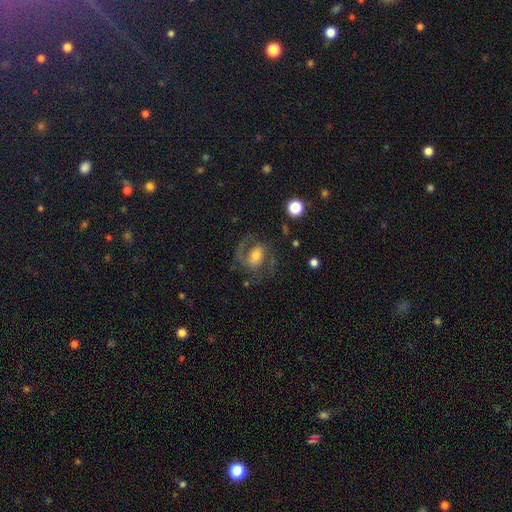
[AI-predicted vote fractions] smooth_or_featured: featured or disk (p=0.76) [alt: smooth p=0.17]
disk_edge_on: no (p=0.97) [alt: yes p=0.03]
bar: weak (p=0.43) [alt: no p=0.34]
has_spiral_arms: yes (p=0.91) [alt: no p=0.09]
spiral_winding: medium (p=0.56) [alt: loose p=0.22]
spiral_arm_count: 2 (p=0.84) [alt: 1 p=0.07]
bulge_size: moderate (p=0.51) [alt: small p=0.30]
merging: none (p=0.66) [alt: major disturbance p=0.16]